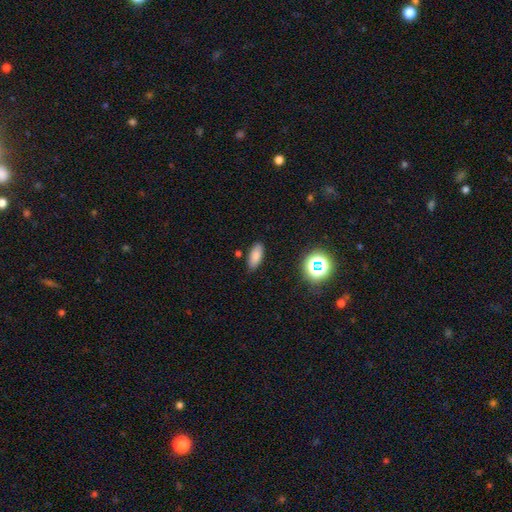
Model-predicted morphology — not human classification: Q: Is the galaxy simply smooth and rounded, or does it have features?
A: smooth — 80%.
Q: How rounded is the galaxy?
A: in between — 79%.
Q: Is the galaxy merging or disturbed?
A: none — 84%.